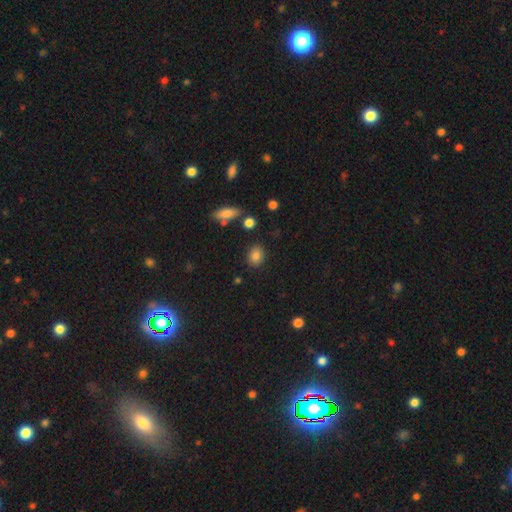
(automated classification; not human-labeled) Smooth or featured? smooth (83%)
How rounded? in between (50%)
Merging? none (84%)